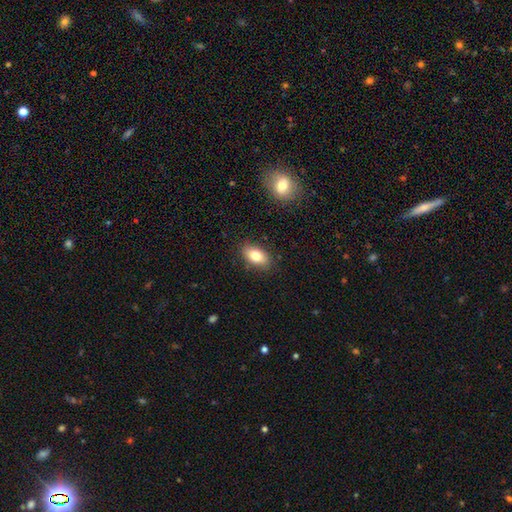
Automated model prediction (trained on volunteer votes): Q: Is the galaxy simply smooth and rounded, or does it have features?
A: smooth — 80%.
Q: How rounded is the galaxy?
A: in between — 90%.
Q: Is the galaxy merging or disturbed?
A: none — 85%.